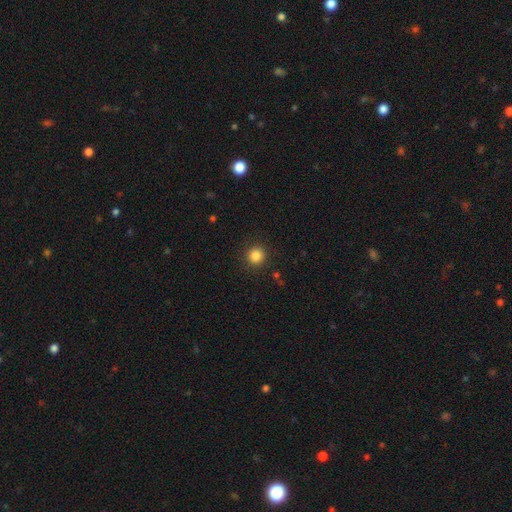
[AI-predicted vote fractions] Smooth or featured? Predicted: smooth (p=0.85). How rounded? Predicted: round (p=0.93). Merging? Predicted: none (p=0.91).